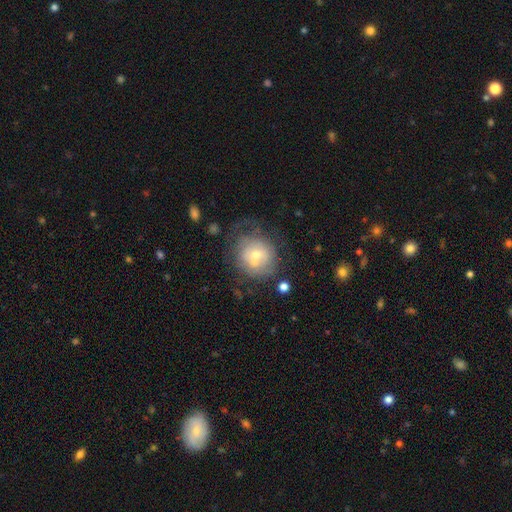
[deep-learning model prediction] smooth-or-featured: smooth: 48% | featured or disk: 43% | star or artifact: 9%
  merging: none: 42% | merger: 22% | minor disturbance: 20% | major disturbance: 16%